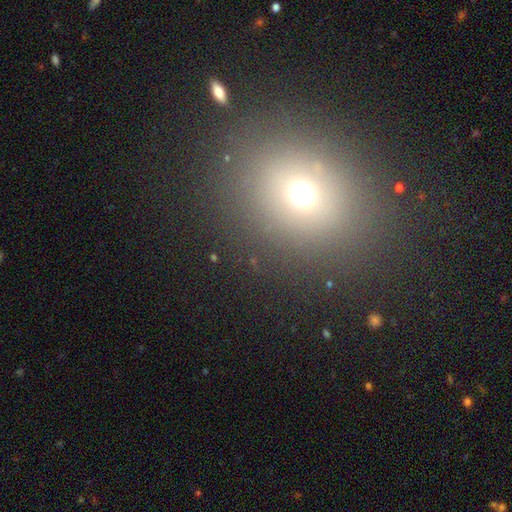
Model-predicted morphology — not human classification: type=smooth (62%); roundness=round (68%); merging=none (87%).